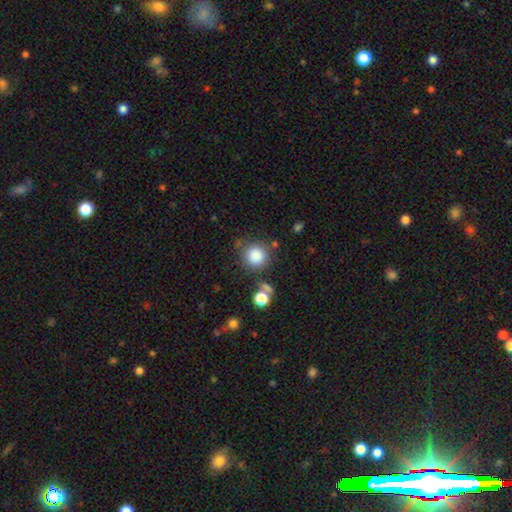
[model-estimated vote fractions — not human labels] Smooth or featured?
  - smooth: 84% *
  - star or artifact: 11%
  - featured or disk: 5%
How rounded?
  - round: 92% *
  - in between: 7%
  - cigar-shaped: 1%
Merging?
  - none: 77% *
  - minor disturbance: 11%
  - merger: 8%
  - major disturbance: 5%